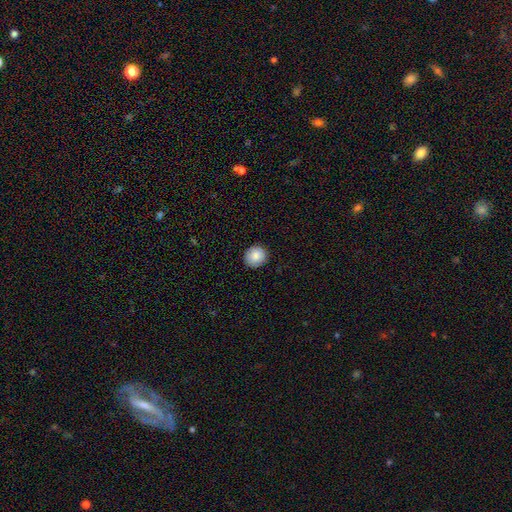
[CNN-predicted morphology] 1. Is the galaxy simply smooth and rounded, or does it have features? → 86% smooth, 8% star or artifact, 6% featured or disk.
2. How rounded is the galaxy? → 88% round, 11% in between, 1% cigar-shaped.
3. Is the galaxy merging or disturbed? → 90% none, 8% minor disturbance, 2% major disturbance, 1% merger.